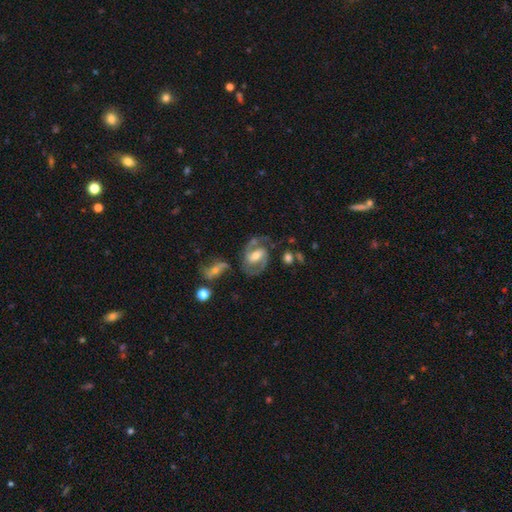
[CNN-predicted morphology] Smooth or featured: featured or disk — 85% (smooth — 9%)
Edge-on disk: no — 97% (yes — 3%)
Bar: weak — 40% (strong — 39%)
Spiral arms: yes — 95% (no — 5%)
Spiral winding: medium — 57% (tight — 27%)
Spiral arm count: 2 — 89% (can't tell — 4%)
Bulge size: moderate — 61% (small — 28%)
Merging: none — 66% (minor disturbance — 17%)